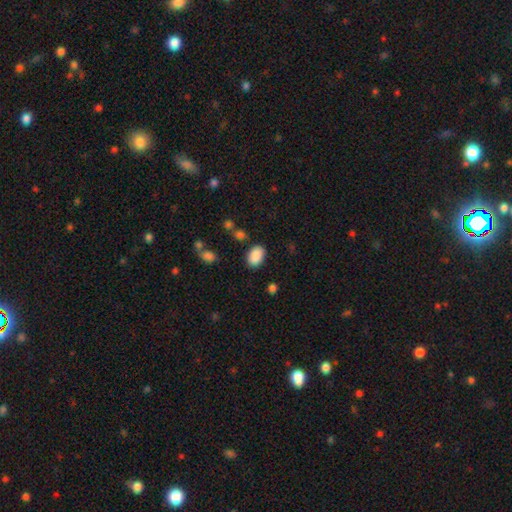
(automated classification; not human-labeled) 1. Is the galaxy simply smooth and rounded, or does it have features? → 88% smooth, 8% star or artifact, 4% featured or disk.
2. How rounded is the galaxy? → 87% in between, 12% round, 1% cigar-shaped.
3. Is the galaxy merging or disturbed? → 83% none, 11% minor disturbance, 3% major disturbance, 3% merger.